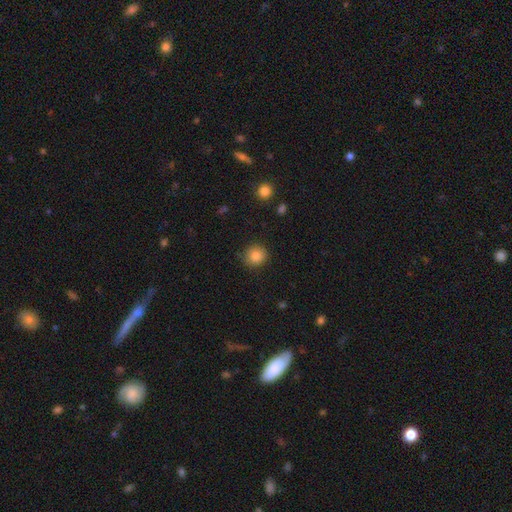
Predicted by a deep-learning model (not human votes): Smooth or featured? smooth (85%)
How rounded? round (91%)
Merging? none (86%)